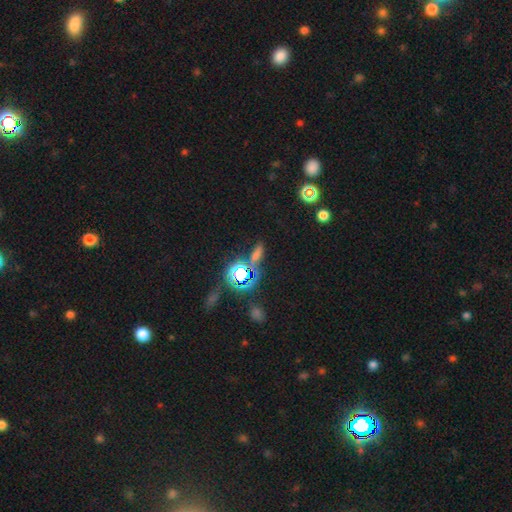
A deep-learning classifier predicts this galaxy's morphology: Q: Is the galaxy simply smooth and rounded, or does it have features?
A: star or artifact — 55%.